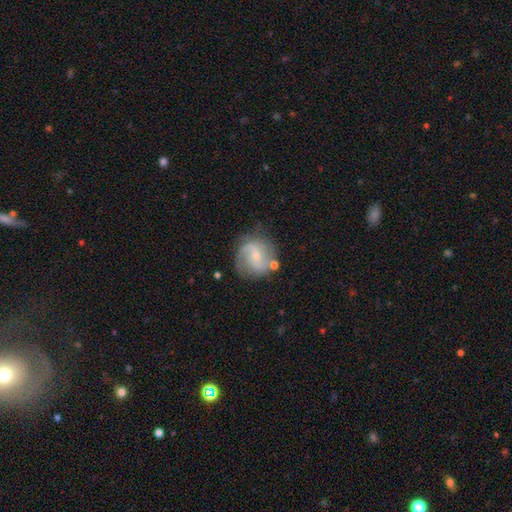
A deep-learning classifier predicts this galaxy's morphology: featured or disk 67%, smooth 25%, star or artifact 7%. Down the decision tree: edge-on disk — no (97%); bar — weak (48%); spiral arms — yes (86%); spiral arm count — 2 (69%); spiral winding — medium (43%); bulge size — small (72%); merging — none (67%).